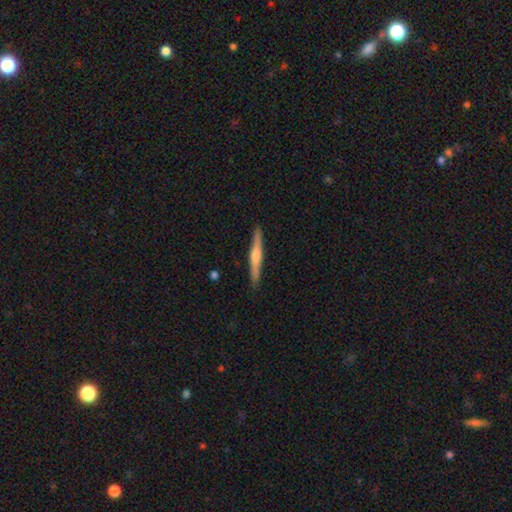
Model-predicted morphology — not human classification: Q: Smooth or featured?
A: featured or disk (70%); runner-up: smooth (25%)
Q: Edge-on disk?
A: yes (98%); runner-up: no (2%)
Q: Edge-on bulge?
A: rounded (77%); runner-up: boxy (11%)
Q: Merging?
A: none (92%); runner-up: minor disturbance (6%)